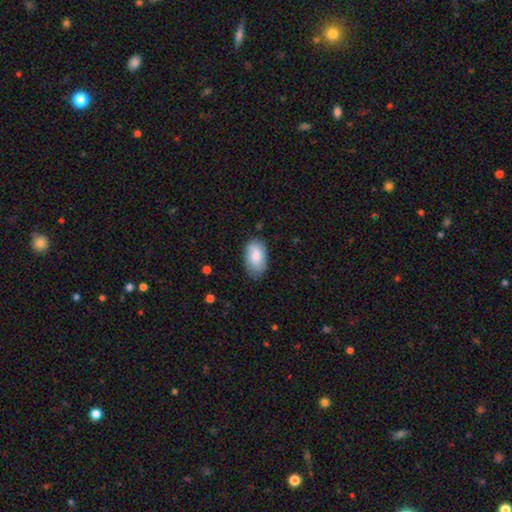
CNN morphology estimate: This appears to be a smooth galaxy with no disk features (81%) that is in between round and cigar-shaped (94%). Merging: none (72%).